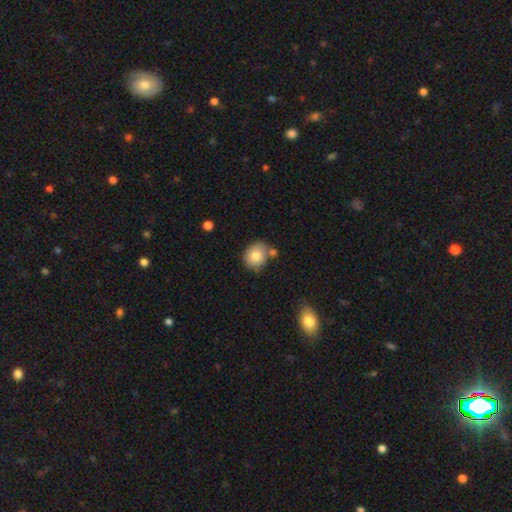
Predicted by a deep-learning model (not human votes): smooth-or-featured: smooth: 79% | featured or disk: 12% | star or artifact: 9%
  how-rounded: round: 70% | in between: 30% | cigar-shaped: 1%
  merging: none: 61% | minor disturbance: 18% | merger: 17% | major disturbance: 4%